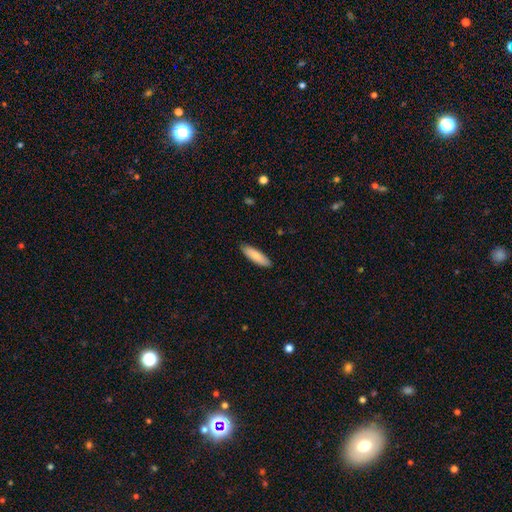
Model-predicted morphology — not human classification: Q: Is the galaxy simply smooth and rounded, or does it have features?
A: smooth — 82%.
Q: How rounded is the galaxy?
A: cigar-shaped — 62%.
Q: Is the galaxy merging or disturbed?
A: none — 90%.